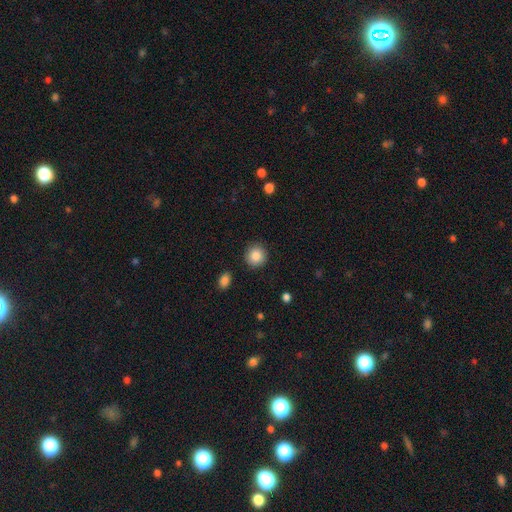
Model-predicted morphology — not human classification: Smooth or featured?
  - smooth: 87% *
  - star or artifact: 9%
  - featured or disk: 5%
How rounded?
  - round: 91% *
  - in between: 8%
  - cigar-shaped: 1%
Merging?
  - none: 89% *
  - minor disturbance: 7%
  - major disturbance: 2%
  - merger: 2%